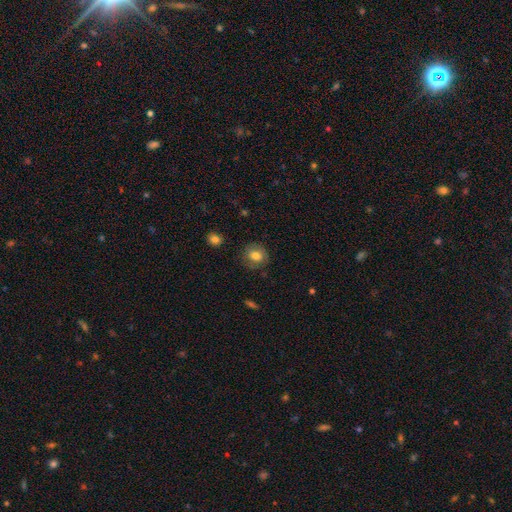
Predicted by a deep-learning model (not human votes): A smooth galaxy with no disk features (75%) that is round (76%). Merging: none (82%).